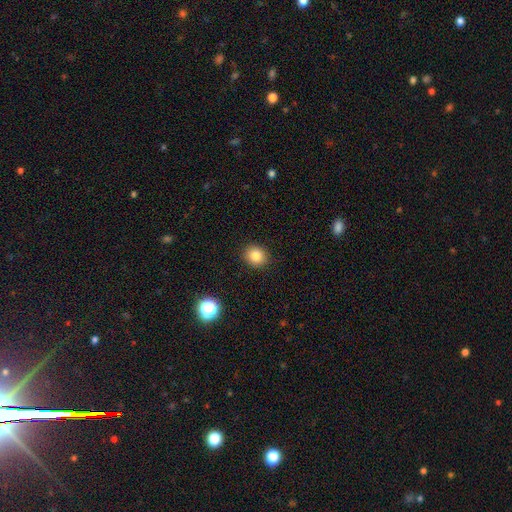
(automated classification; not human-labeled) Morphology: type=smooth (83%); roundness=round (78%); merging=none (91%).